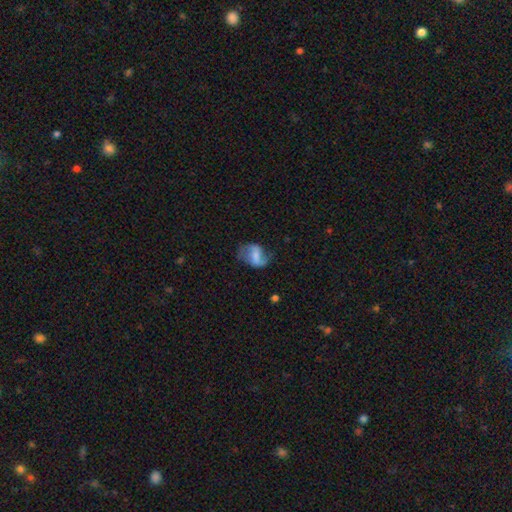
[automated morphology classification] This appears to be a featured or disk galaxy (62%) with a weak bar (45%), 2 (78%) loose (58%) spiral arms (83%) and no central bulge (30%). Merging: none (52%).